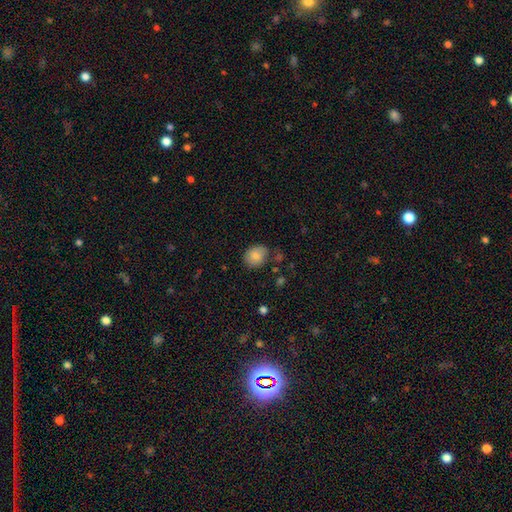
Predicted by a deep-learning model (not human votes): Smooth or featured?
  - smooth: 85% *
  - star or artifact: 8%
  - featured or disk: 7%
How rounded?
  - round: 58% *
  - in between: 41%
  - cigar-shaped: 1%
Merging?
  - none: 74% *
  - minor disturbance: 18%
  - major disturbance: 4%
  - merger: 4%